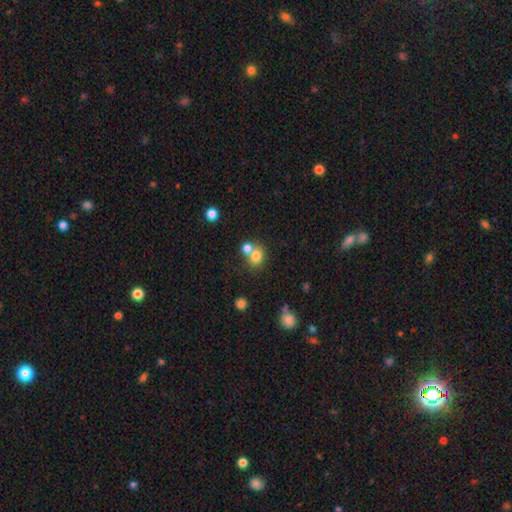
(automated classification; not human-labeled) smooth_or_featured: smooth (p=0.76) [alt: star or artifact p=0.12]
how_rounded: round (p=0.67) [alt: in between p=0.32]
merging: merger (p=0.45) [alt: none p=0.43]